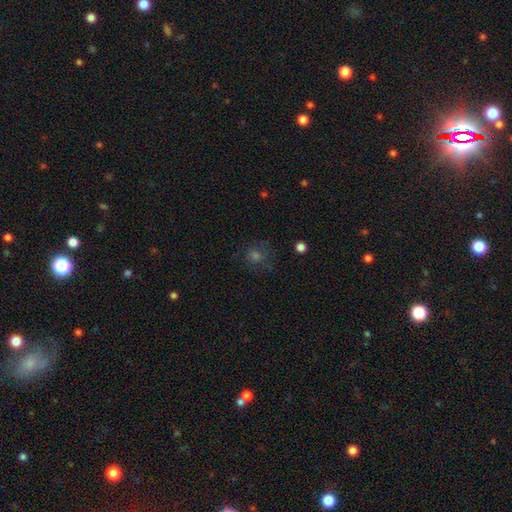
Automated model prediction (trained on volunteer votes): This is possibly a smooth galaxy (52%). How rounded: clearly round (86%). Merging: likely none (74%).